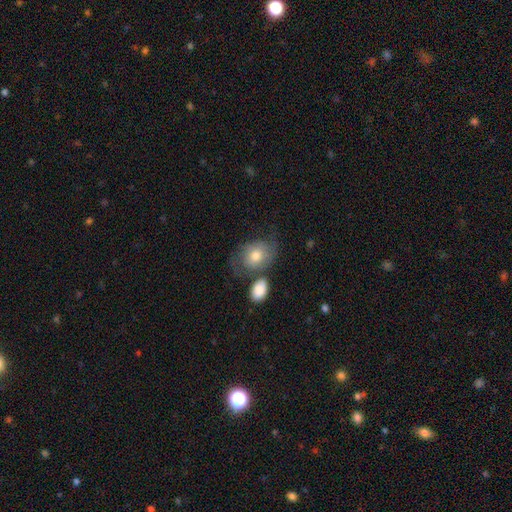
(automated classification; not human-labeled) This is possibly a smooth galaxy (59%). How rounded: likely in between (64%). Merging: possibly none (45%).